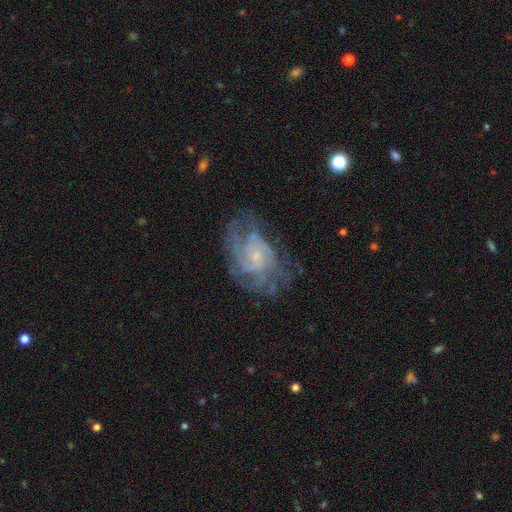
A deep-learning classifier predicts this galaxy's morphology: featured or disk 83%, smooth 9%, star or artifact 8%. Down the decision tree: edge-on disk — no (97%); bar — no (67%); spiral arms — yes (94%); spiral arm count — can't tell (36%); spiral winding — tight (54%); bulge size — small (76%); merging — none (66%).